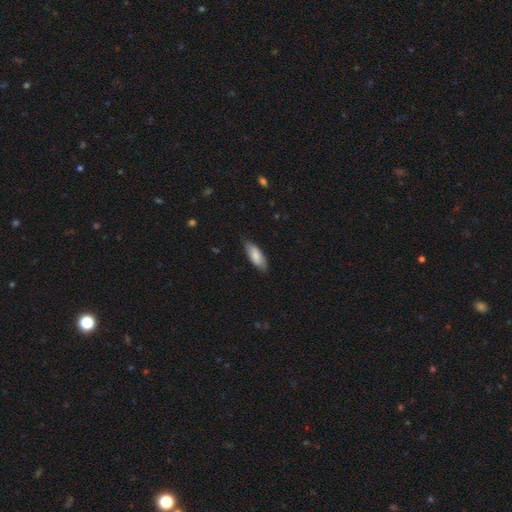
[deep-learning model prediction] Morphology: type=smooth (79%); roundness=in between (72%); merging=none (79%).